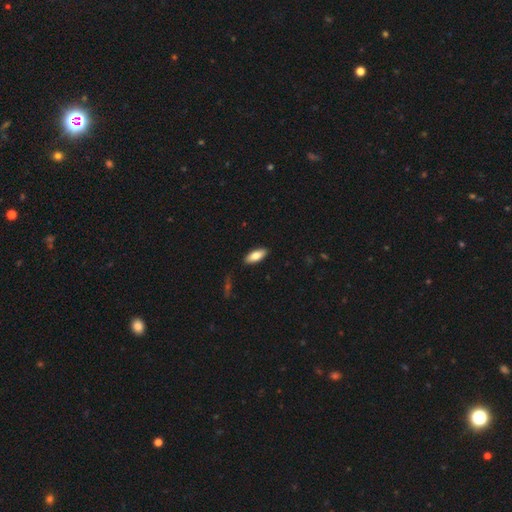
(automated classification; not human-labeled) Q: Smooth or featured?
A: smooth (80%); runner-up: featured or disk (14%)
Q: How rounded?
A: in between (81%); runner-up: cigar-shaped (17%)
Q: Merging?
A: none (89%); runner-up: minor disturbance (8%)